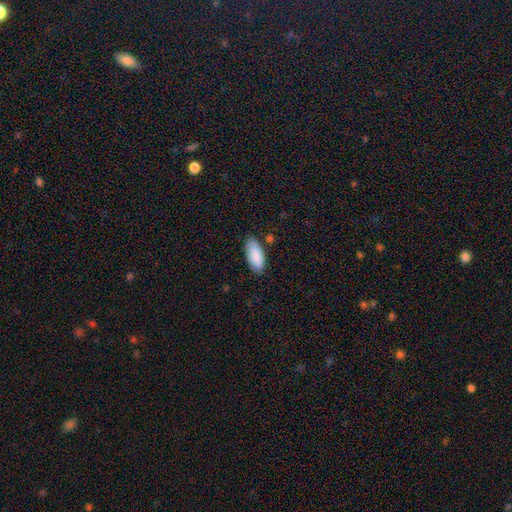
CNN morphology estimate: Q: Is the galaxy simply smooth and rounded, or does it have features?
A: smooth — 88%.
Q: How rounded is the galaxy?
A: in between — 90%.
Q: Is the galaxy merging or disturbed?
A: none — 81%.